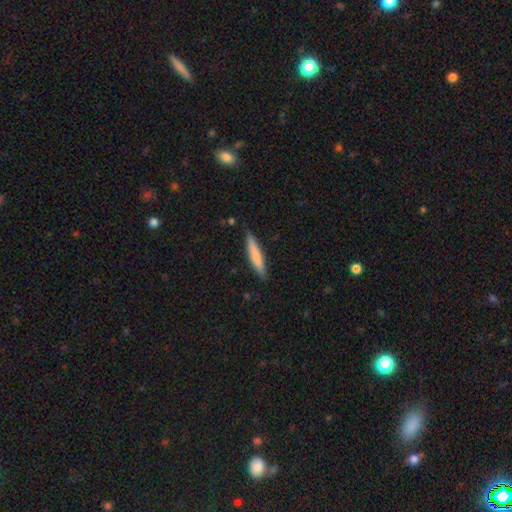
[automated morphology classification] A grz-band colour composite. It shows a smooth galaxy with no disk features (73%) that is cigar-shaped (91%). Merging: none (86%).